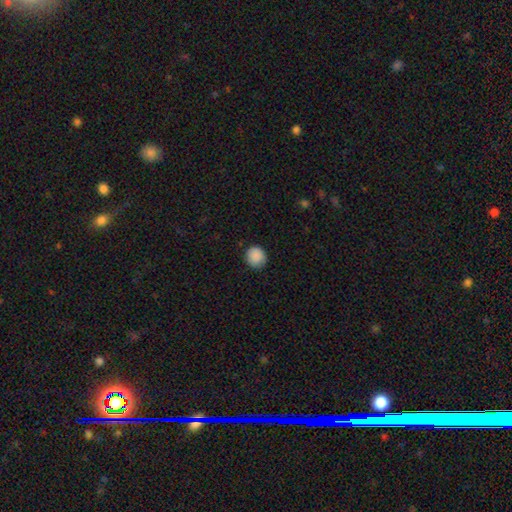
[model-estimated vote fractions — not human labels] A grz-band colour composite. It shows a smooth galaxy with no disk features (89%) that is round (91%). Merging: none (87%).